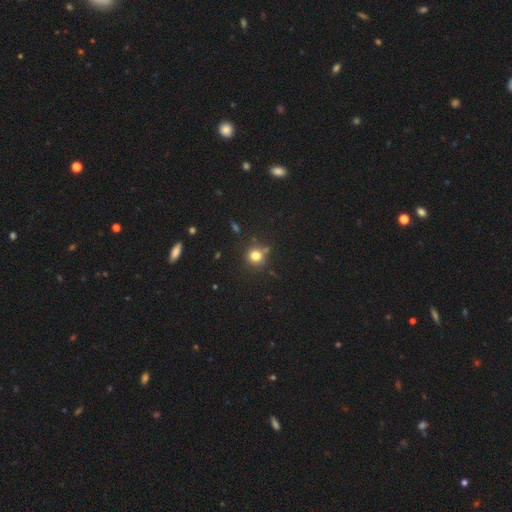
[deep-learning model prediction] A smooth galaxy with no disk features (78%) that is round (89%).

Vote fractions:
- Smooth or featured? smooth: 78% / star or artifact: 15% / featured or disk: 7%
- How rounded? round: 89% / in between: 10% / cigar-shaped: 1%
- Merging? none: 75% / minor disturbance: 12% / merger: 9% / major disturbance: 4%